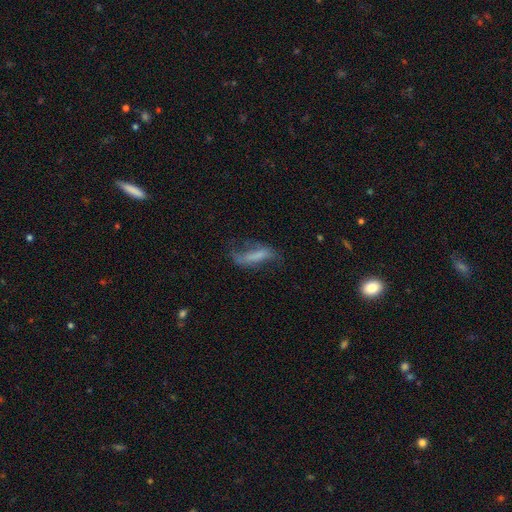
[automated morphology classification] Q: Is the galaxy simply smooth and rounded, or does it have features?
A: featured or disk — 48%.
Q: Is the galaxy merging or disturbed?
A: none — 39%.